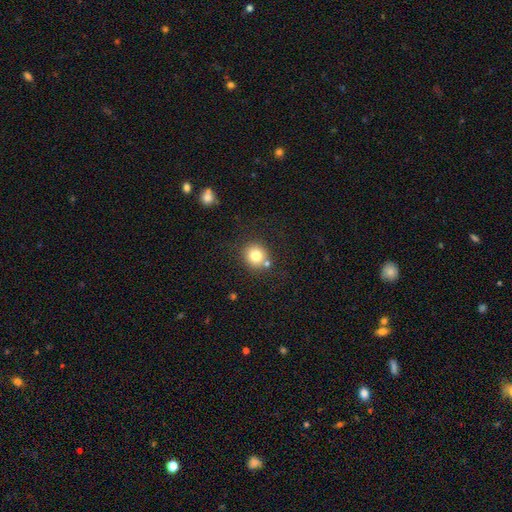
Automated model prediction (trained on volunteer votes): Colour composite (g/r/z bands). It shows a smooth galaxy with no disk features (78%) that is round (88%). Merging: none (75%).